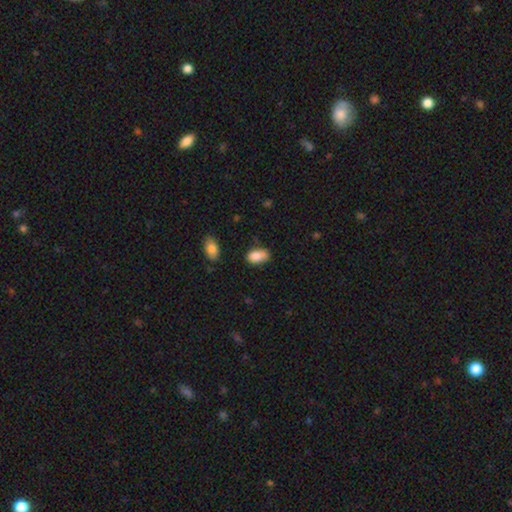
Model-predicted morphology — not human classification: Smooth or featured? Predicted: smooth (p=0.84). How rounded? Predicted: in between (p=0.91). Merging? Predicted: none (p=0.56).